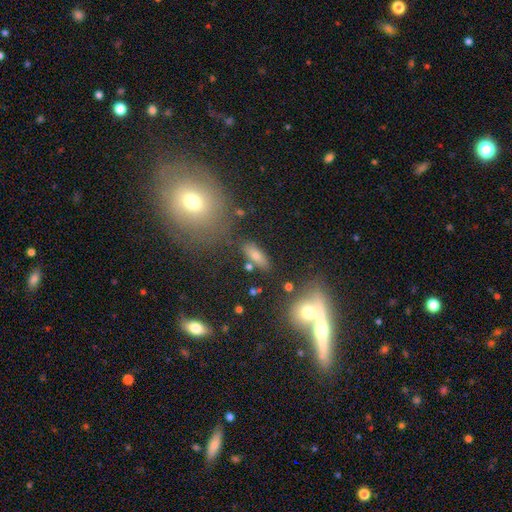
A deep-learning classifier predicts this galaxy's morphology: Overall: smooth (73%). How rounded: in between (66%; cigar-shaped 28%). Merging: none (77%).